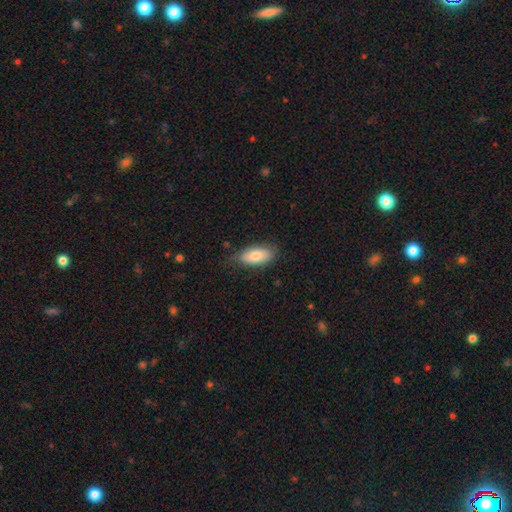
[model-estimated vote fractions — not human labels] A smooth galaxy with no disk features (80%) that is in between round and cigar-shaped (90%).

Vote fractions:
- Smooth or featured? smooth: 80% / featured or disk: 14% / star or artifact: 6%
- How rounded? in between: 90% / cigar-shaped: 7% / round: 3%
- Merging? none: 76% / minor disturbance: 20% / major disturbance: 4% / merger: 1%